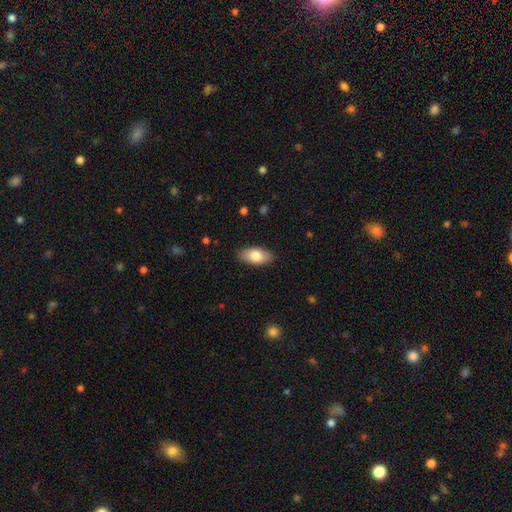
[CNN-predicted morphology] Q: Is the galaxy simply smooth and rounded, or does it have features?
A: smooth — 79%.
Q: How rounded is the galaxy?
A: in between — 91%.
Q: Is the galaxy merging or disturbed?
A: none — 87%.